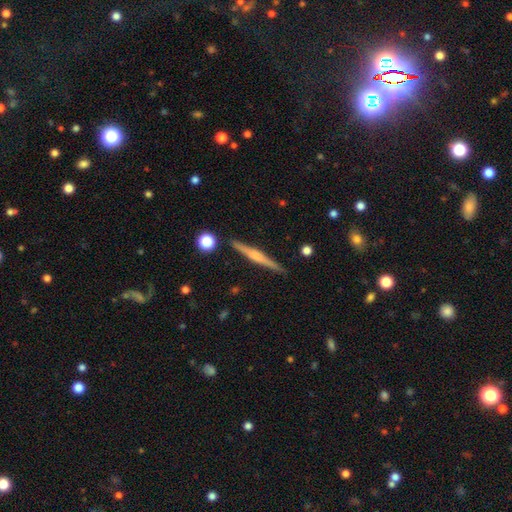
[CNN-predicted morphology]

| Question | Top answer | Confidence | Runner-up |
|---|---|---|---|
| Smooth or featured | featured or disk | 65% | smooth (29%) |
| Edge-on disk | yes | 98% | no (2%) |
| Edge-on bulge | rounded | 63% | none (21%) |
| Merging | none | 90% | minor disturbance (7%) |